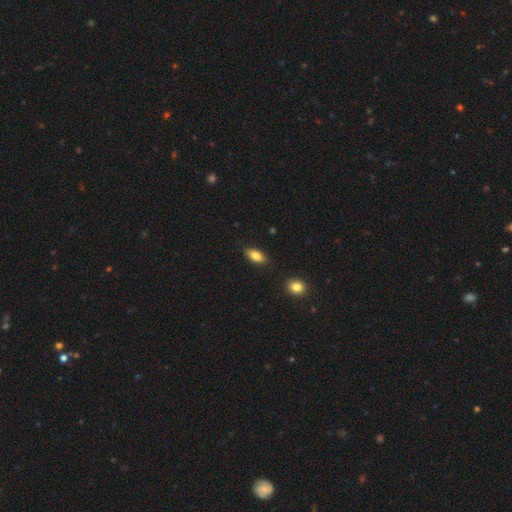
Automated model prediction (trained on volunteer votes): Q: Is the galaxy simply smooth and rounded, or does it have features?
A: smooth — 83%.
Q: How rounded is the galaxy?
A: in between — 89%.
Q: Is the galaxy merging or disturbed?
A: none — 86%.